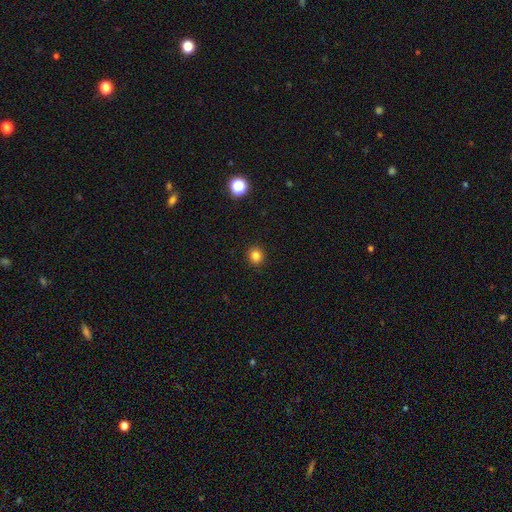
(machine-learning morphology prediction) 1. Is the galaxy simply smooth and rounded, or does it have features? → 83% smooth, 12% star or artifact, 5% featured or disk.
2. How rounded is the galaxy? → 86% round, 13% in between, 1% cigar-shaped.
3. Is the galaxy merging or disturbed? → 92% none, 6% minor disturbance, 2% major disturbance, 1% merger.